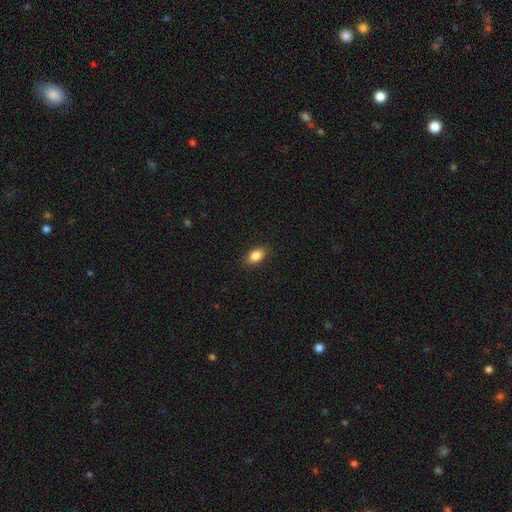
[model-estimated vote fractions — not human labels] Overall: smooth (86%). How rounded: in between (88%). Merging: none (87%).